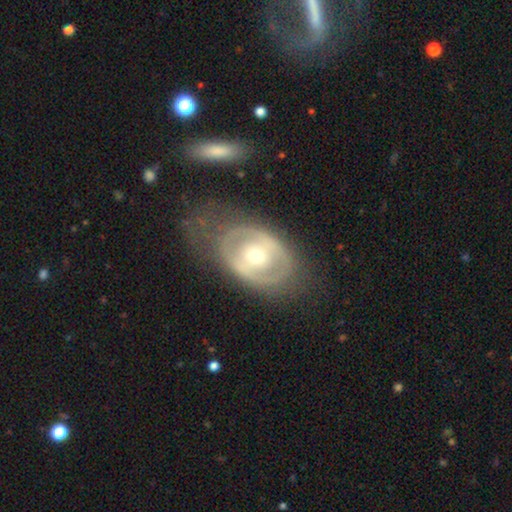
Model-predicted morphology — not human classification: smooth-or-featured: featured or disk: 69% | smooth: 26% | star or artifact: 6%
  disk-edge-on: no: 93% | yes: 7%
    bar: no: 59% | weak: 26% | strong: 15%
    has-spiral-arms: no: 63% | yes: 37%
    bulge-size: moderate: 57% | small: 37% | large: 4% | none: 1% | dominant: 1%
  merging: none: 57% | minor disturbance: 23% | major disturbance: 17% | merger: 3%